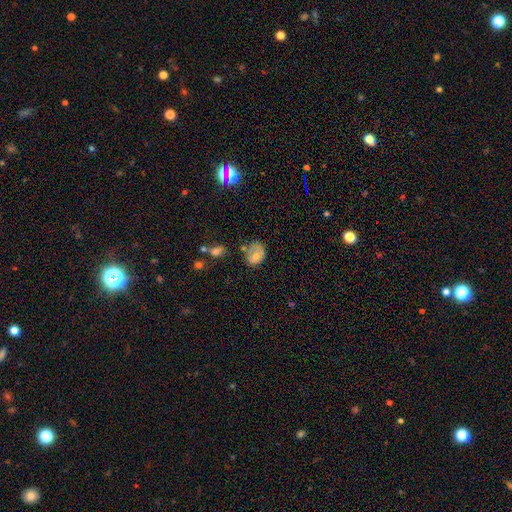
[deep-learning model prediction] A smooth galaxy with no disk features (63%) that is in between round and cigar-shaped (54%). Merging: none (38%).